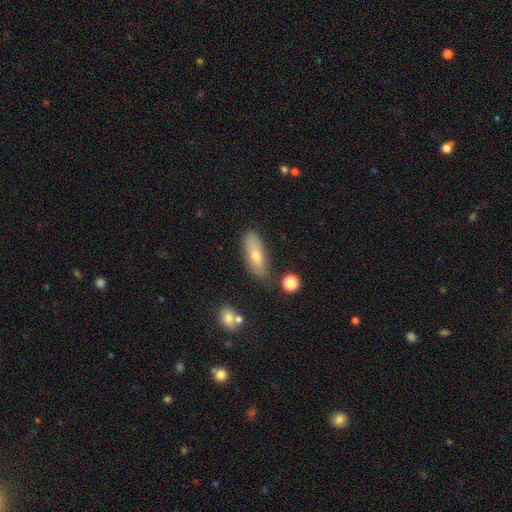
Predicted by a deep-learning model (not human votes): Smooth or featured: smooth — 66% (featured or disk — 26%)
How rounded: in between — 66% (cigar-shaped — 31%)
Merging: none — 75% (minor disturbance — 17%)